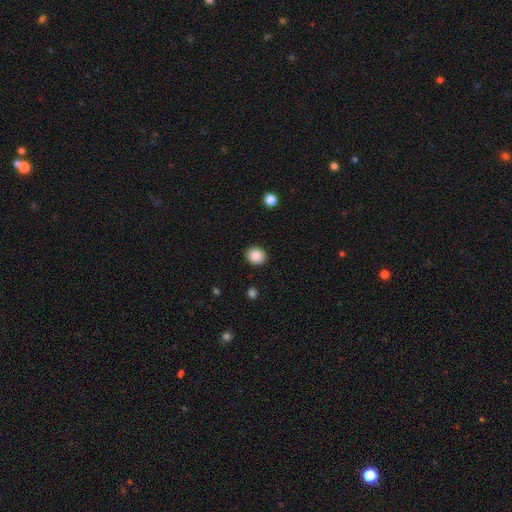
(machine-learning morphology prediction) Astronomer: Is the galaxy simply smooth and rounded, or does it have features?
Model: smooth — 87%.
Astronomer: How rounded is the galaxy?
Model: round — 78%.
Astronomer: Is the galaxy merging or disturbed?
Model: none — 91%.